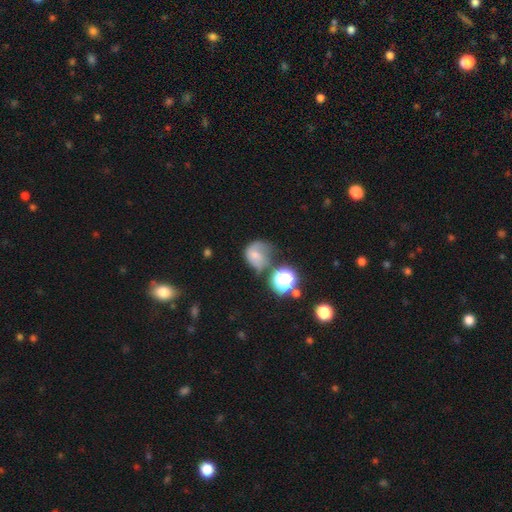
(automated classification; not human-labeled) Q: Smooth or featured?
A: smooth (56%); runner-up: featured or disk (28%)
Q: How rounded?
A: round (65%); runner-up: in between (34%)
Q: Merging?
A: major disturbance (30%); runner-up: none (29%)